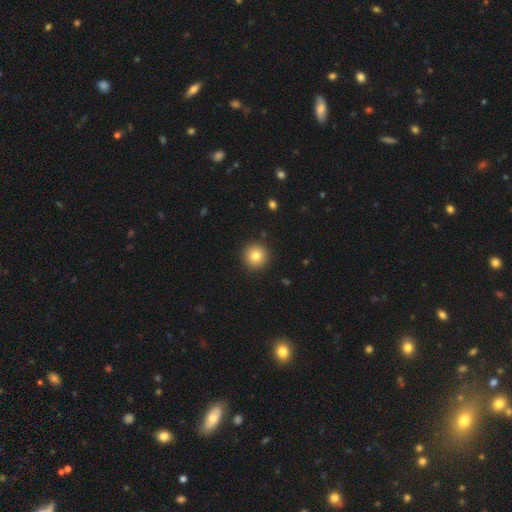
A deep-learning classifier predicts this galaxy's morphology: smooth-or-featured: smooth: 81% | star or artifact: 10% | featured or disk: 8%
  how-rounded: round: 95% | in between: 4% | cigar-shaped: 1%
  merging: none: 92% | minor disturbance: 5% | major disturbance: 2% | merger: 1%